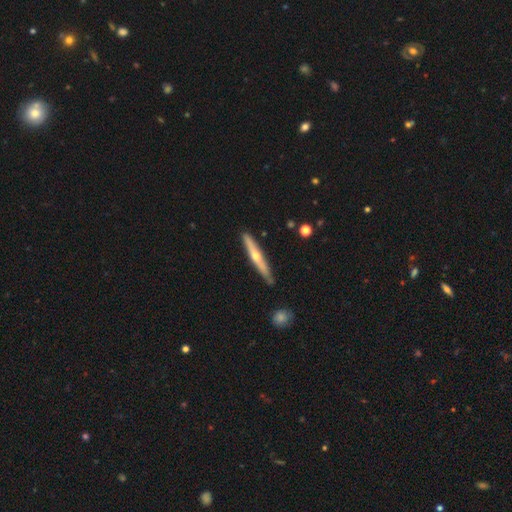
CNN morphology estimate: A featured or disk galaxy (62%) viewed edge-on (95%) with a rounded central bulge (86%). Merging: none (87%).